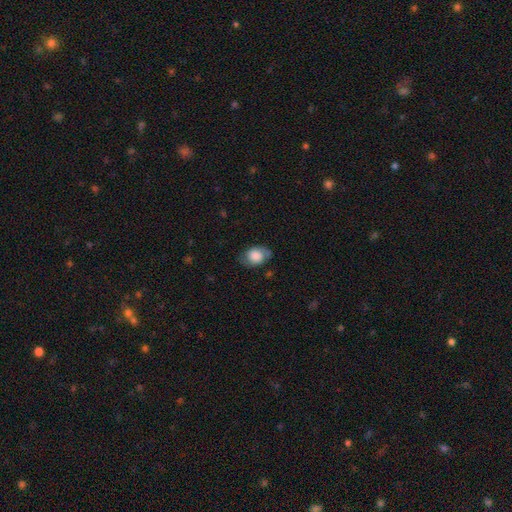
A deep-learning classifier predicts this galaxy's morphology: A smooth galaxy with no disk features (65%) that is in between round and cigar-shaped (71%).

Vote fractions:
- Smooth or featured? smooth: 65% / featured or disk: 27% / star or artifact: 8%
- How rounded? in between: 71% / round: 27% / cigar-shaped: 1%
- Merging? none: 71% / minor disturbance: 21% / major disturbance: 7% / merger: 1%